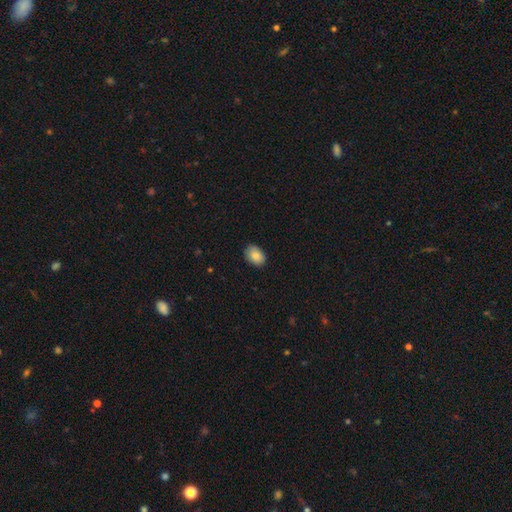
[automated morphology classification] Overall: smooth (87%). How rounded: in between (81%). Merging: none (82%).